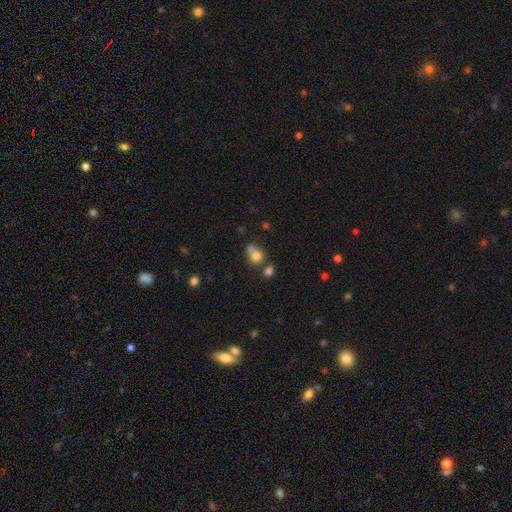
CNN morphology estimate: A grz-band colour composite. It shows a smooth galaxy with no disk features (78%) that is round (64%). Merging: none (41%).